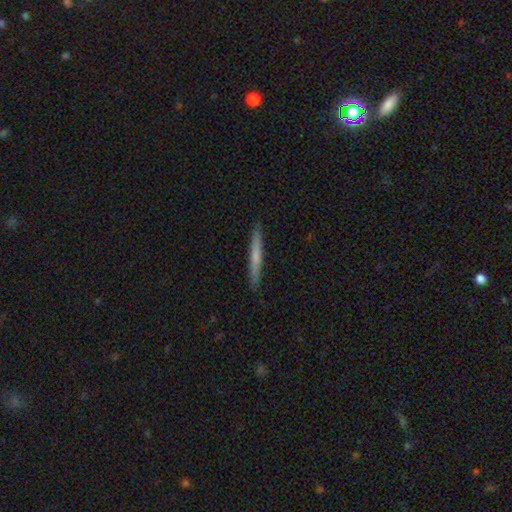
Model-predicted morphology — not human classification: Smooth or featured?
  - smooth: 58% *
  - featured or disk: 37%
  - star or artifact: 5%
How rounded?
  - cigar-shaped: 96% *
  - in between: 2%
  - round: 1%
Merging?
  - none: 92% *
  - minor disturbance: 6%
  - major disturbance: 1%
  - merger: 1%